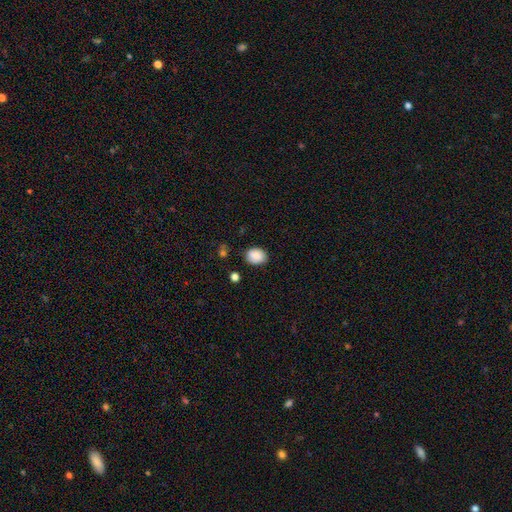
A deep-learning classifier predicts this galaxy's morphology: smooth_or_featured: smooth (p=0.86) [alt: star or artifact p=0.08]
how_rounded: in between (p=0.60) [alt: round p=0.39]
merging: none (p=0.79) [alt: minor disturbance p=0.16]